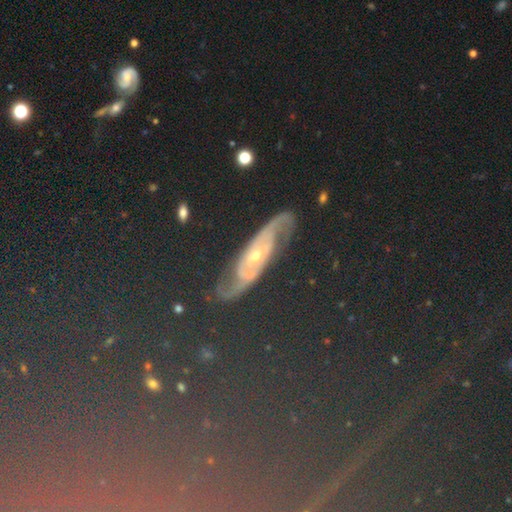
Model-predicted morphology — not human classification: A star or artifact, not a galaxy (40%).